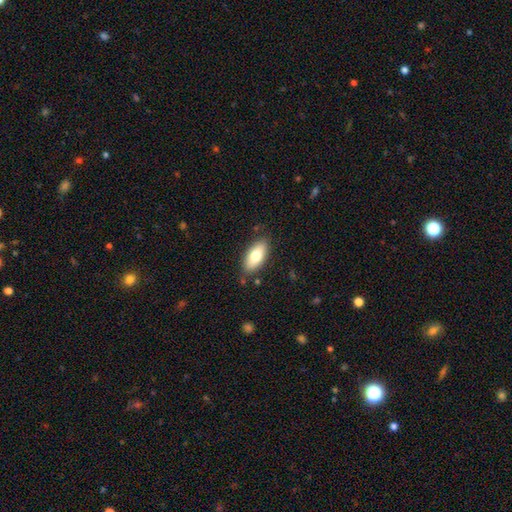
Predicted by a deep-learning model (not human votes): smooth_or_featured: smooth (p=0.75) [alt: featured or disk p=0.18]
how_rounded: in between (p=0.89) [alt: cigar-shaped p=0.08]
merging: none (p=0.83) [alt: minor disturbance p=0.13]